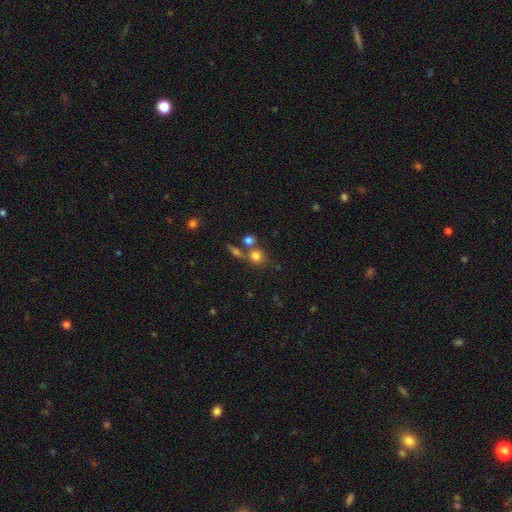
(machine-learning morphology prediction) Smooth or featured? Predicted: smooth (p=0.76). How rounded? Predicted: round (p=0.82). Merging? Predicted: none (p=0.54).